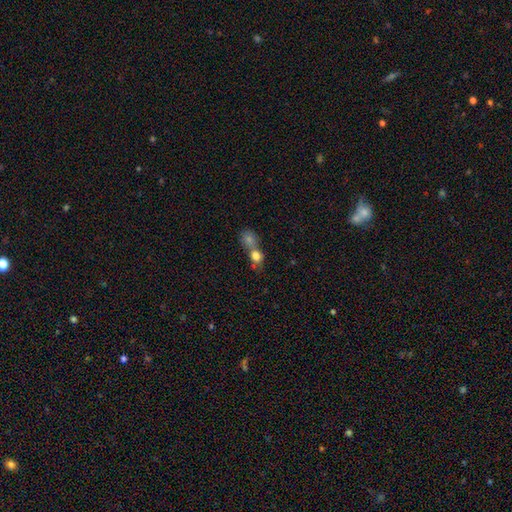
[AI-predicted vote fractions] Smooth or featured? smooth (77%)
How rounded? round (58%)
Merging? merger (67%)